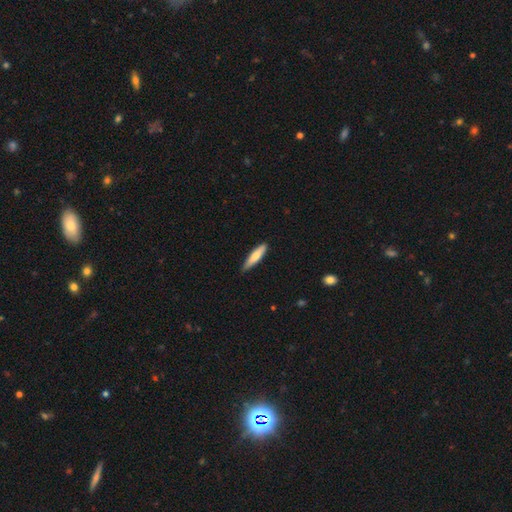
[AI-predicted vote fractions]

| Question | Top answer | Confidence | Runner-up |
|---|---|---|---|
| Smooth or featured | smooth | 70% | featured or disk (24%) |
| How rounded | cigar-shaped | 78% | in between (20%) |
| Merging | none | 84% | minor disturbance (13%) |